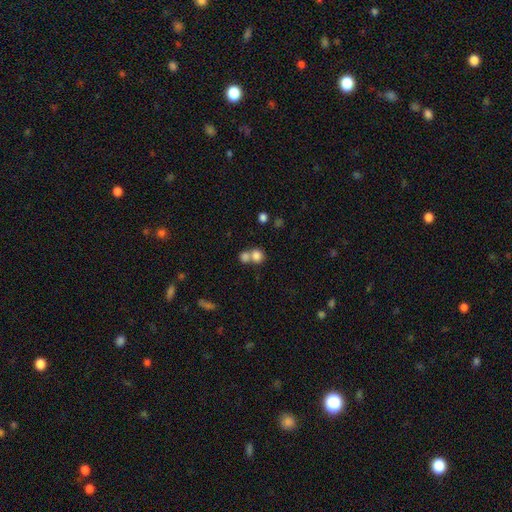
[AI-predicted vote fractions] smooth-or-featured: smooth: 80% | star or artifact: 11% | featured or disk: 9%
  how-rounded: round: 77% | in between: 22% | cigar-shaped: 1%
  merging: merger: 52% | none: 38% | minor disturbance: 7% | major disturbance: 4%